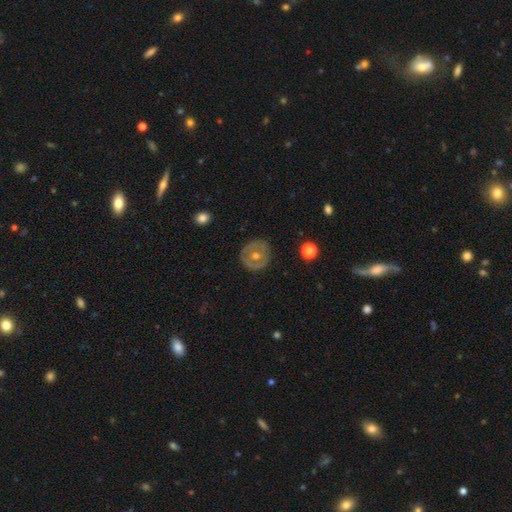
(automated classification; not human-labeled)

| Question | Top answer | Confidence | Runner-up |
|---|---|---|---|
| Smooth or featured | featured or disk | 58% | smooth (35%) |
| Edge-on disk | no | 95% | yes (5%) |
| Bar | no | 82% | weak (13%) |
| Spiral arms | no | 78% | yes (22%) |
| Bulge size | moderate | 66% | small (30%) |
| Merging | none | 83% | minor disturbance (12%) |